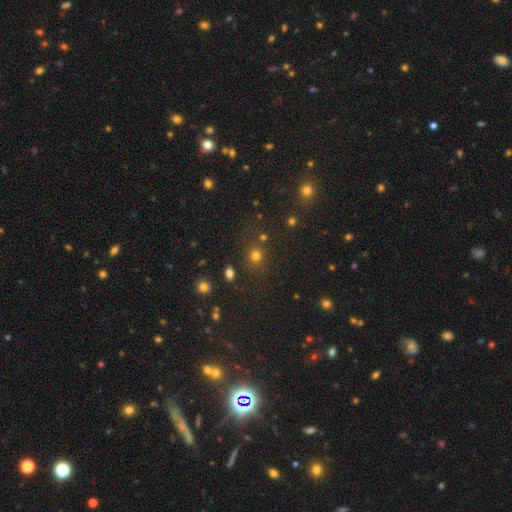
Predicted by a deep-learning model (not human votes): smooth_or_featured: smooth (p=0.74) [alt: star or artifact p=0.19]
how_rounded: round (p=0.77) [alt: in between p=0.22]
merging: none (p=0.77) [alt: minor disturbance p=0.11]